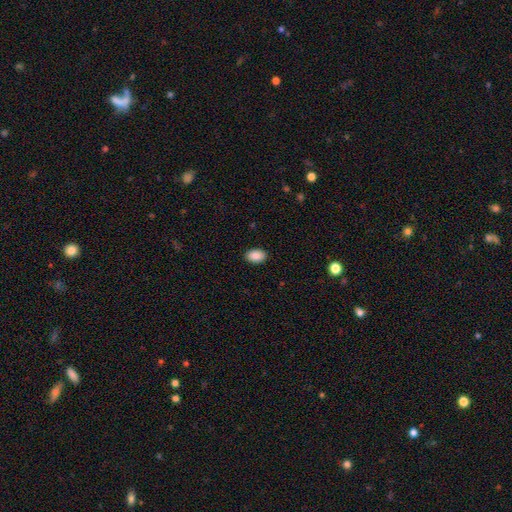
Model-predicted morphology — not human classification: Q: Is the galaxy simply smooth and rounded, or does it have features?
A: smooth — 89%.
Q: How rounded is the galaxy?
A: in between — 85%.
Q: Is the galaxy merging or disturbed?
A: none — 90%.